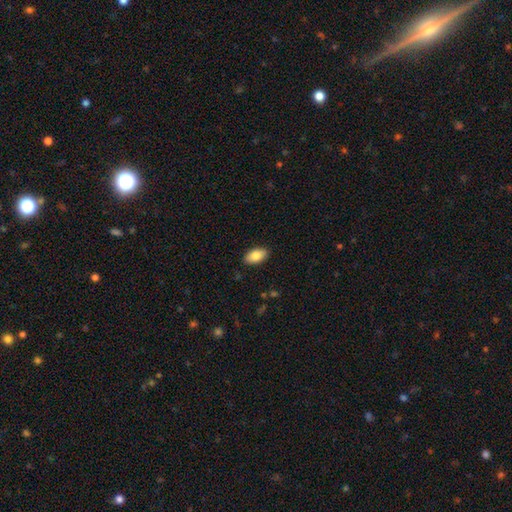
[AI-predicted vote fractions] smooth 86%, featured or disk 8%, star or artifact 7%. Down the decision tree: how rounded — in between (93%); merging — none (88%).